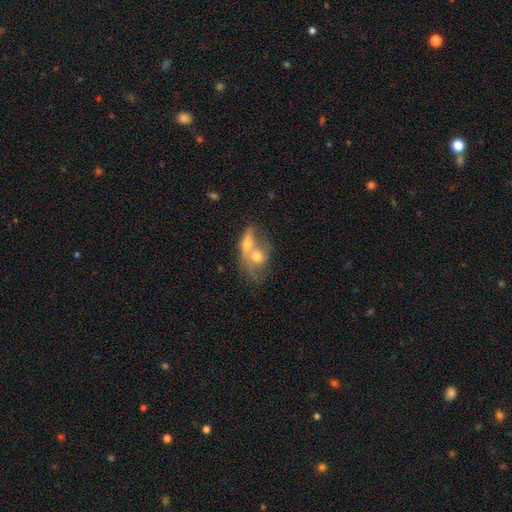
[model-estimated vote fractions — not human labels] Overall: smooth (52%; featured or disk 39%). How rounded: in between (59%; round 34%). Merging: merger (71%).